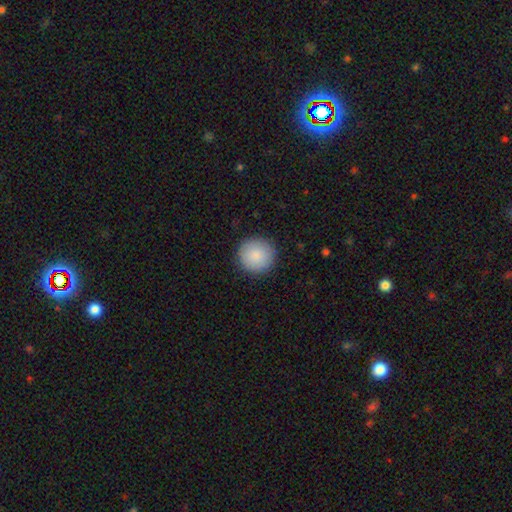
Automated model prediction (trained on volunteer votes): This appears to be a smooth galaxy with no disk features (88%) that is round (96%). Merging: none (91%).